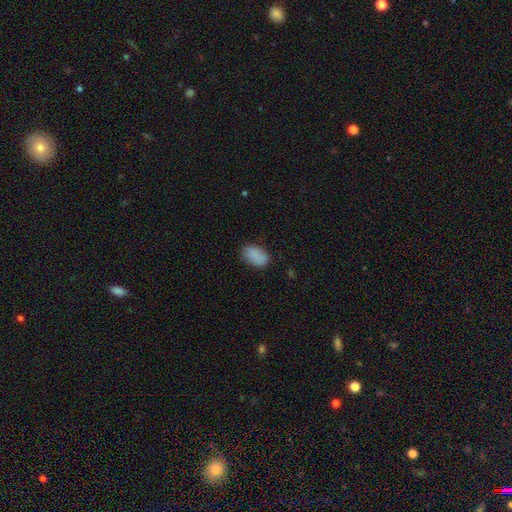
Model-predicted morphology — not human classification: Smooth or featured: smooth — 87% (star or artifact — 8%)
How rounded: in between — 91% (round — 7%)
Merging: none — 79% (minor disturbance — 16%)